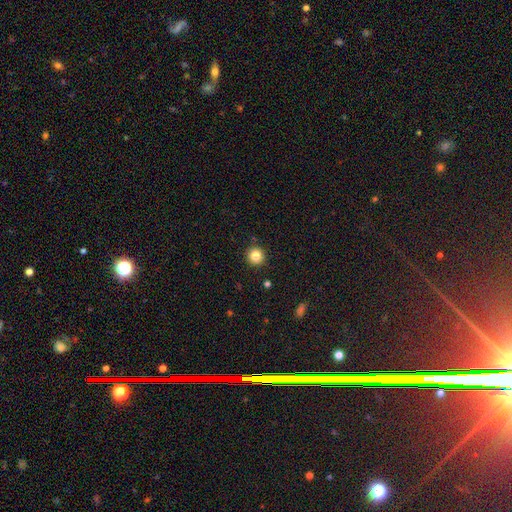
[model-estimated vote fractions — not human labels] Smooth or featured: smooth — 85% (star or artifact — 10%)
How rounded: round — 95% (in between — 4%)
Merging: none — 92% (minor disturbance — 5%)